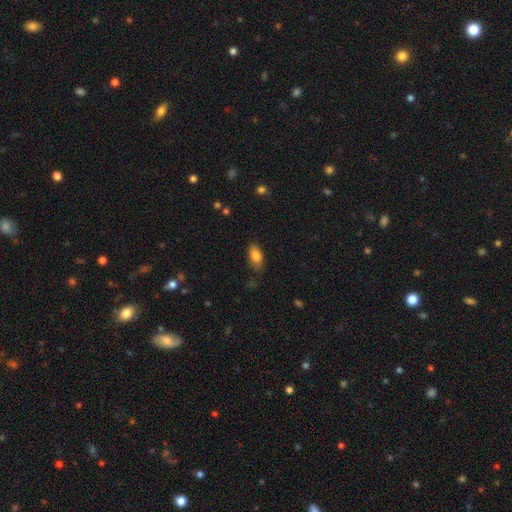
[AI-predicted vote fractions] Smooth or featured?
  - smooth: 83% *
  - featured or disk: 9%
  - star or artifact: 8%
How rounded?
  - in between: 90% *
  - cigar-shaped: 5%
  - round: 5%
Merging?
  - none: 74% *
  - minor disturbance: 20%
  - major disturbance: 4%
  - merger: 2%